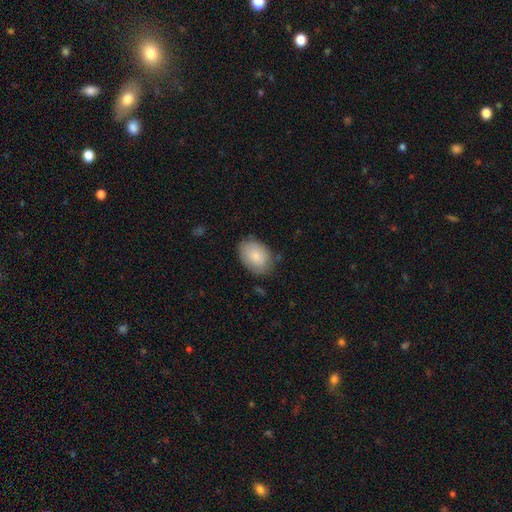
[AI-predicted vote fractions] This appears to be a smooth galaxy with no disk features (84%) that is in between round and cigar-shaped (81%). Merging: none (78%).